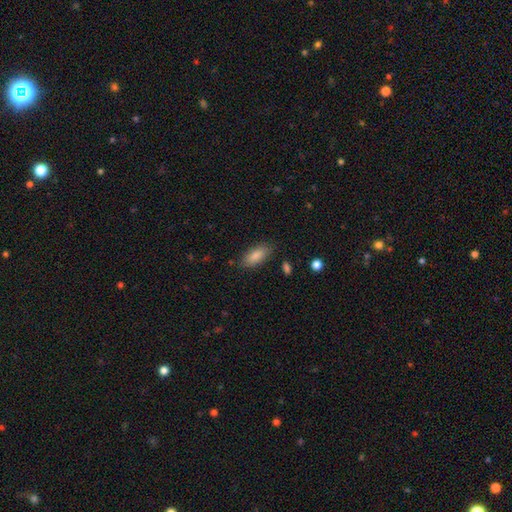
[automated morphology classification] The model was most divided on "merging": none: 82%, minor disturbance: 13%, major disturbance: 3%, merger: 2%. More confident: smooth or featured — smooth (86%); how rounded — in between (85%).